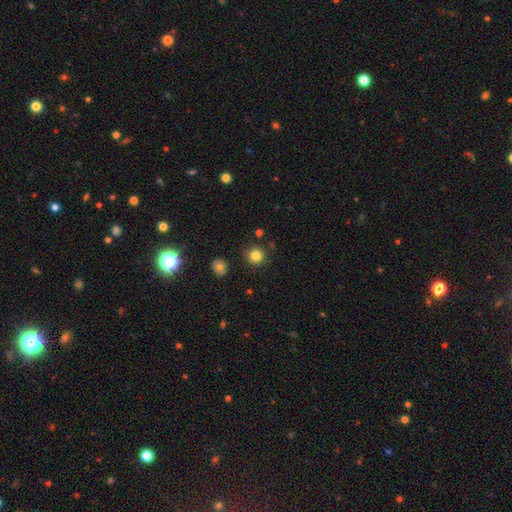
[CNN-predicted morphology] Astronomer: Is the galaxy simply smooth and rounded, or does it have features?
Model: smooth — 81%.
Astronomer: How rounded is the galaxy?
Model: round — 94%.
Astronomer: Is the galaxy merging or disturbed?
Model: none — 88%.